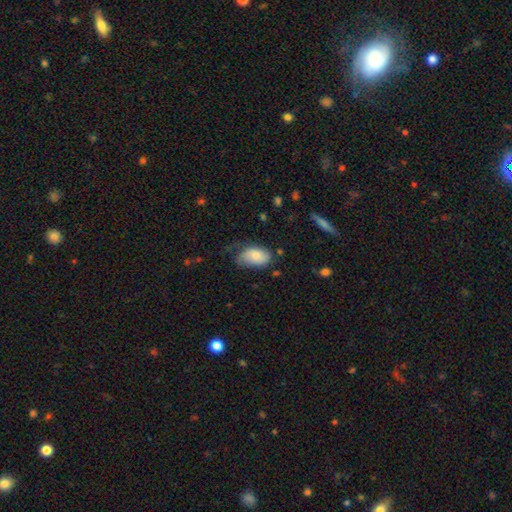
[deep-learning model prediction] A smooth galaxy with no disk features (79%) that is in between round and cigar-shaped (93%). Merging: none (45%).